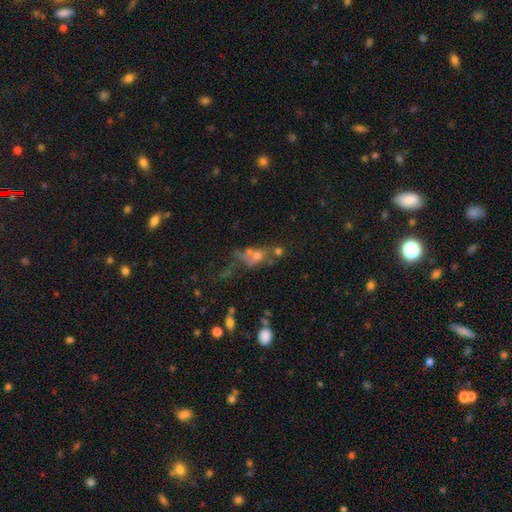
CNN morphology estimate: Smooth or featured: smooth — 40% (star or artifact — 30%)
Merging: none — 34% (merger — 30%)